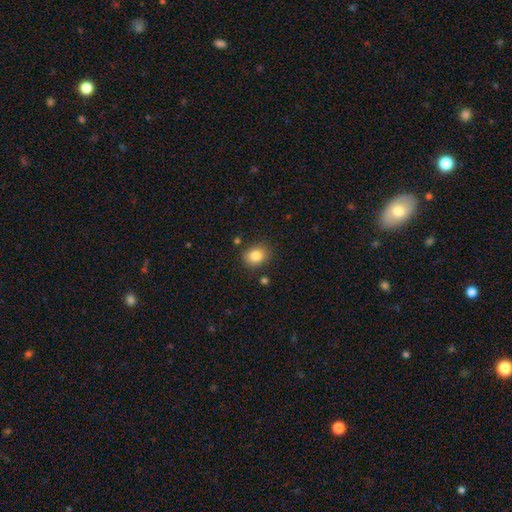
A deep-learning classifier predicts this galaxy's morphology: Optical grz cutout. It shows a smooth galaxy with no disk features (84%) that is round (58%). Merging: none (84%).